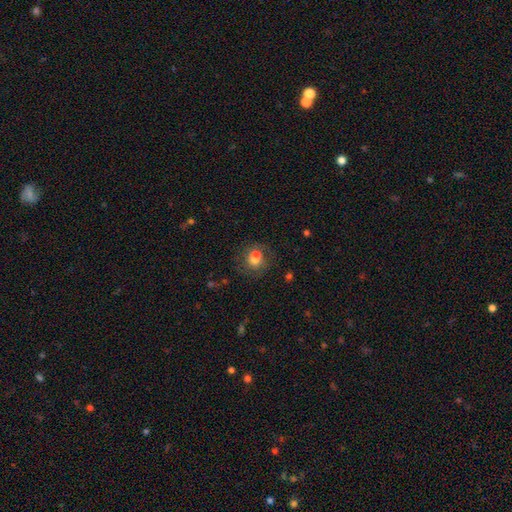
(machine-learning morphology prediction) Smooth or featured: smooth — 66% (featured or disk — 22%)
How rounded: round — 62% (in between — 37%)
Merging: merger — 42% (none — 39%)